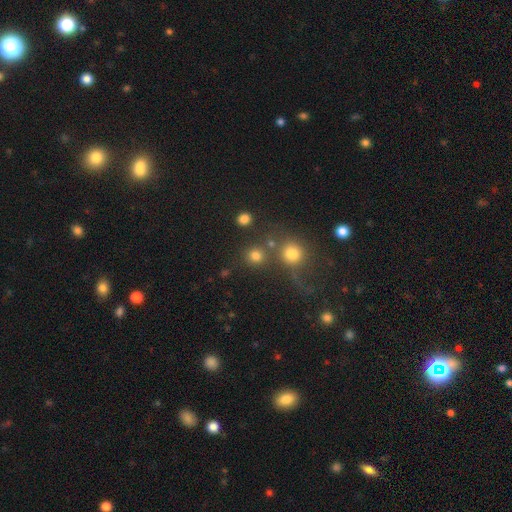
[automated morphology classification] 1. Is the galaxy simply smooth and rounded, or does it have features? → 79% smooth, 14% star or artifact, 7% featured or disk.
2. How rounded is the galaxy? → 89% round, 10% in between, 1% cigar-shaped.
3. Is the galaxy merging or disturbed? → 71% none, 16% merger, 8% minor disturbance, 5% major disturbance.